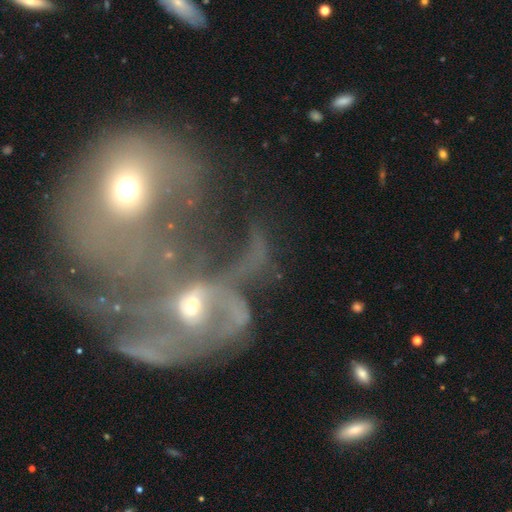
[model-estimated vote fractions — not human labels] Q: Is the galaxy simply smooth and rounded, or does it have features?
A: featured or disk — 60%.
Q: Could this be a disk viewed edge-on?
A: no — 94%.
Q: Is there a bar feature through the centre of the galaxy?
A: no — 66%.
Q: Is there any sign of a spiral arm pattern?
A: yes — 58%.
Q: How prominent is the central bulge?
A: moderate — 51%.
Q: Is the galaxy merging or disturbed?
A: merger — 59%.